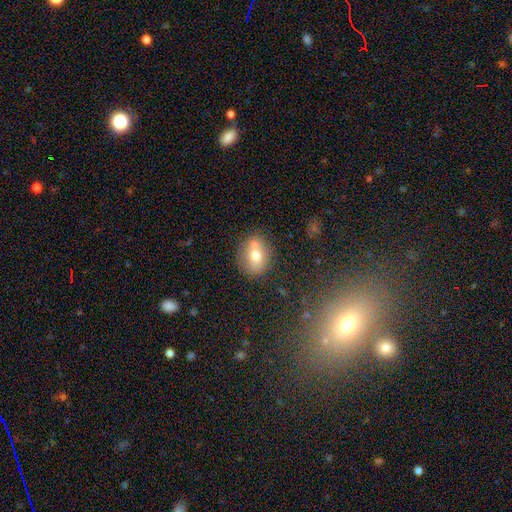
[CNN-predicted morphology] smooth_or_featured: smooth (p=0.67) [alt: featured or disk p=0.23]
how_rounded: round (p=0.60) [alt: in between p=0.39]
merging: none (p=0.58) [alt: merger p=0.24]